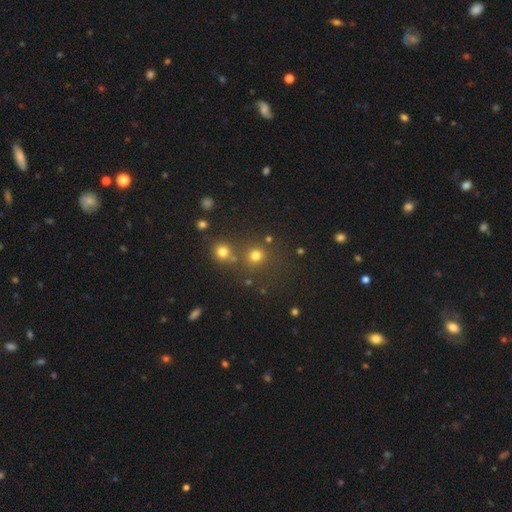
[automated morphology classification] A smooth galaxy with no disk features (72%) that is round (88%).

Vote fractions:
- Smooth or featured? smooth: 72% / star or artifact: 21% / featured or disk: 7%
- How rounded? round: 88% / in between: 11% / cigar-shaped: 1%
- Merging? none: 72% / merger: 16% / minor disturbance: 8% / major disturbance: 4%